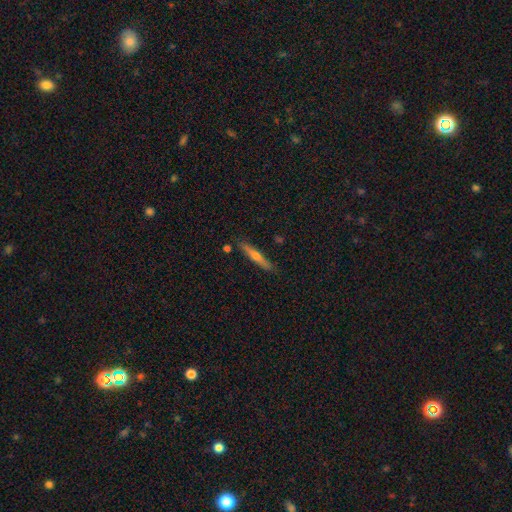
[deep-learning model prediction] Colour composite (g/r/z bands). It shows a featured or disk galaxy (51%) viewed edge-on (95%). Merging: none (86%).